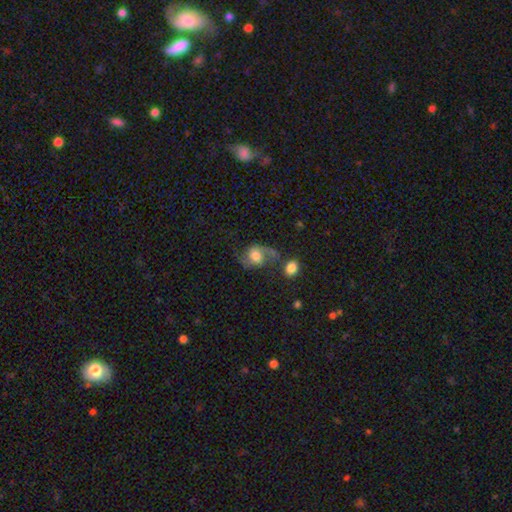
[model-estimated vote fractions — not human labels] The model was most divided on "bulge size": moderate: 46%, large: 37%, small: 10%, dominant: 4%, none: 4%. More confident: edge-on disk — no (97%); spiral arms — yes (91%); spiral arm count — 2 (89%); smooth or featured — featured or disk (69%); spiral winding — loose (60%); bar — no (54%); merging — none (51%).